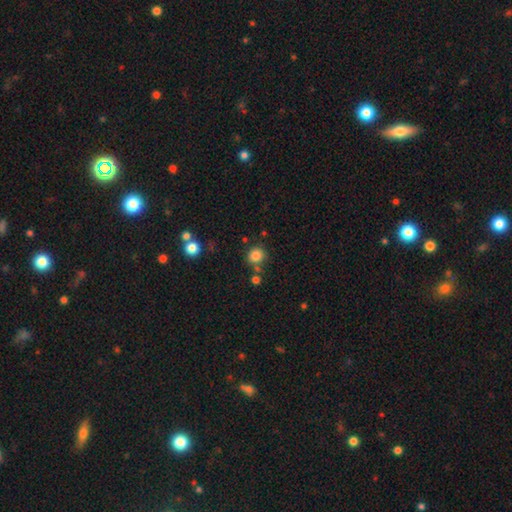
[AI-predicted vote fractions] smooth-or-featured: smooth: 83% | star or artifact: 12% | featured or disk: 5%
  how-rounded: round: 89% | in between: 10% | cigar-shaped: 1%
  merging: none: 75% | merger: 11% | minor disturbance: 10% | major disturbance: 4%